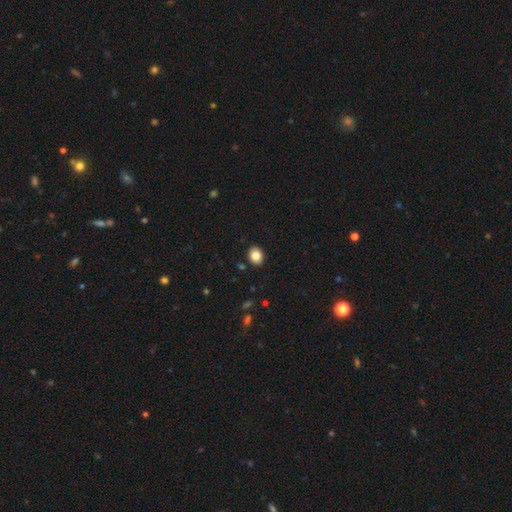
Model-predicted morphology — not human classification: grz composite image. It shows a smooth galaxy with no disk features (83%) that is in between round and cigar-shaped (55%). Merging: none (90%).